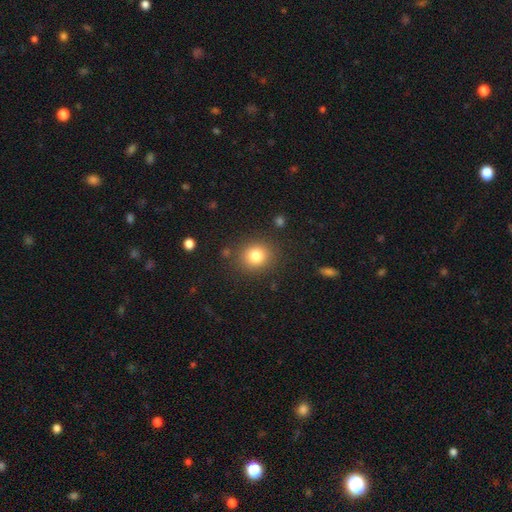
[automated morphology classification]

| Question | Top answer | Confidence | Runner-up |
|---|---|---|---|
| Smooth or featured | smooth | 81% | star or artifact (12%) |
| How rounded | round | 83% | in between (17%) |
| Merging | none | 86% | minor disturbance (8%) |